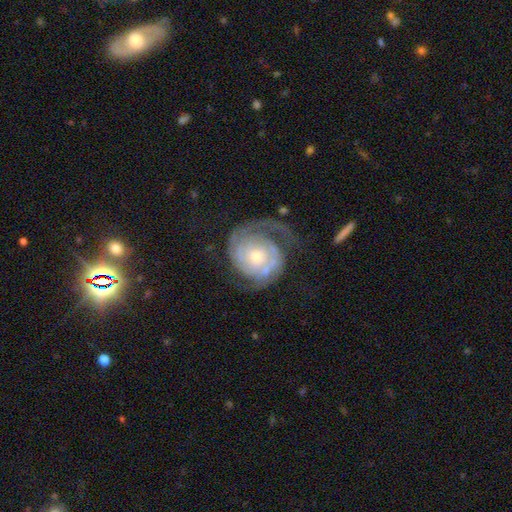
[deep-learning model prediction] smooth-or-featured: featured or disk: 86% | smooth: 9% | star or artifact: 5%
  disk-edge-on: no: 98% | yes: 2%
    bar: no: 76% | weak: 19% | strong: 5%
    has-spiral-arms: yes: 95% | no: 5%
      spiral-winding: tight: 64% | medium: 26% | loose: 10%
      spiral-arm-count: 2: 56% | can't tell: 17% | 1: 12% | 3: 8% | 4: 3% | more than 4: 3%
    bulge-size: small: 52% | moderate: 42% | large: 3% | none: 1% | dominant: 1%
  merging: none: 59% | major disturbance: 20% | minor disturbance: 18% | merger: 3%